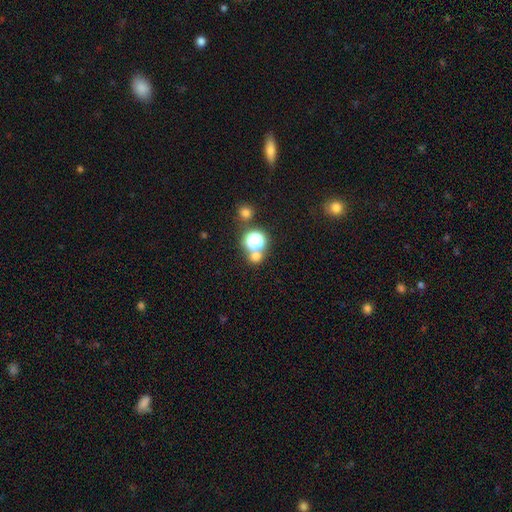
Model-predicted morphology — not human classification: smooth_or_featured: smooth (p=0.61) [alt: star or artifact p=0.32]
how_rounded: round (p=0.84) [alt: in between p=0.14]
merging: none (p=0.63) [alt: merger p=0.25]